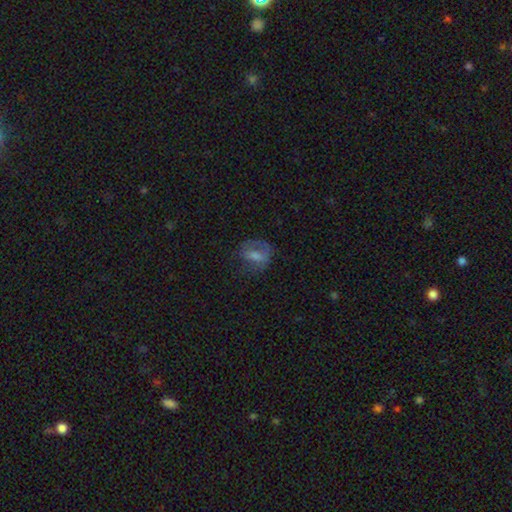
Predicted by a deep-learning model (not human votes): Morphology: type=smooth (48%); merging=none (55%).